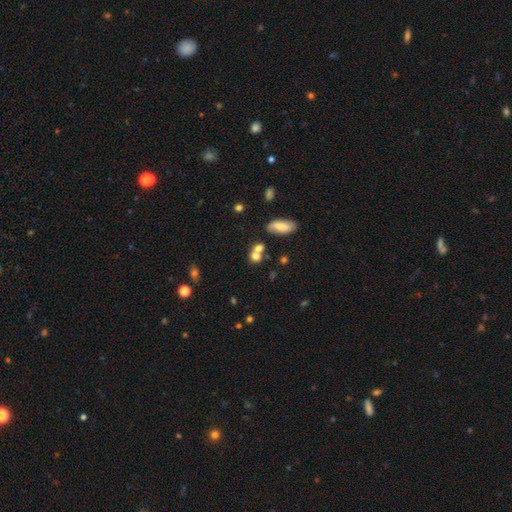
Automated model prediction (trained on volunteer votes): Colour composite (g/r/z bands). It shows a smooth galaxy with no disk features (73%) that is round (65%). Merging: merger (46%).